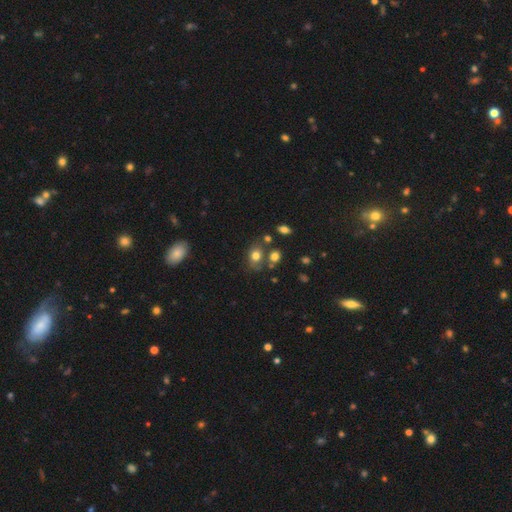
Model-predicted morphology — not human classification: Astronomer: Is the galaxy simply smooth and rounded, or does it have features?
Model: smooth — 74%.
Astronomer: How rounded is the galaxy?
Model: in between — 60% (runner-up: round, 39%).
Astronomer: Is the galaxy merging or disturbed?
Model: none — 62%.